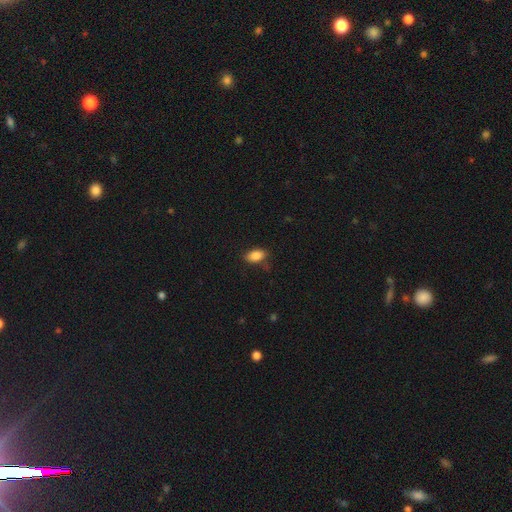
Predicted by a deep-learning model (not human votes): Smooth or featured? smooth (87%)
How rounded? in between (90%)
Merging? none (78%)